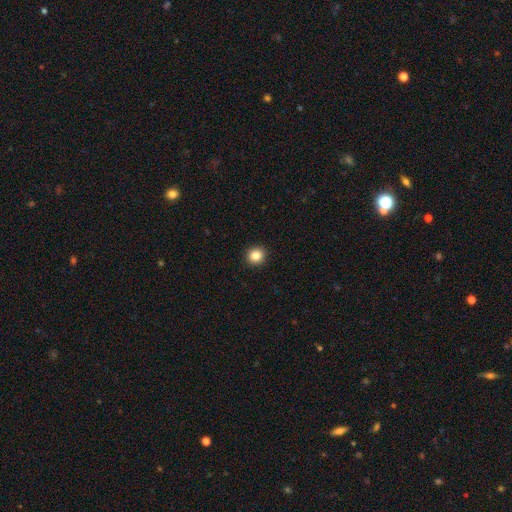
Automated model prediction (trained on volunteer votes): This appears to be a smooth galaxy with no disk features (85%) that is round (92%). Merging: none (94%).